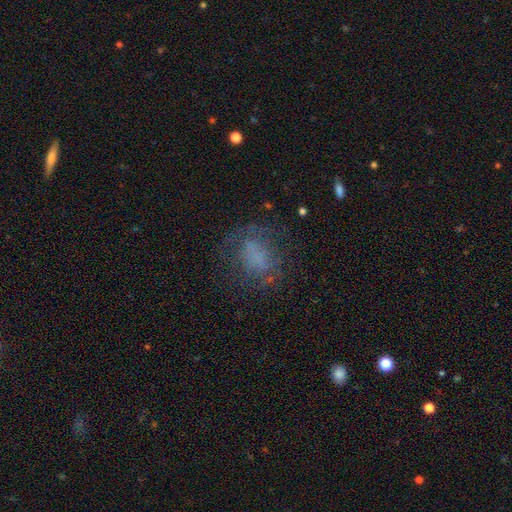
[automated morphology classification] smooth_or_featured: smooth (p=0.46) [alt: featured or disk p=0.35]
merging: none (p=0.62) [alt: minor disturbance p=0.18]